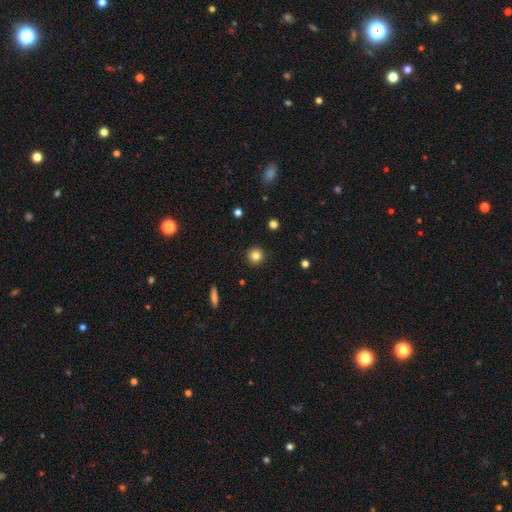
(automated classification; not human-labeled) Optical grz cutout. It shows a smooth galaxy with no disk features (83%) that is round (95%). Merging: none (93%).